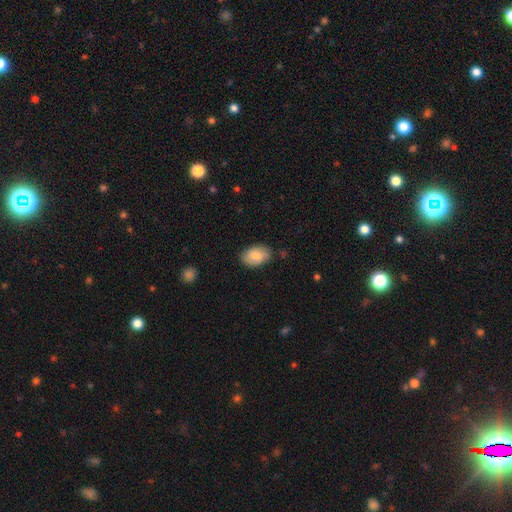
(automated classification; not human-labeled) A smooth galaxy with no disk features (79%) that is in between round and cigar-shaped (89%). Merging: none (78%).